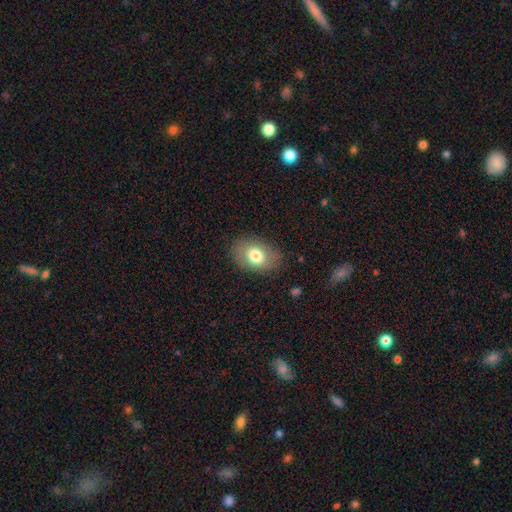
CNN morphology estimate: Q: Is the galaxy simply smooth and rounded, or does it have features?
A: smooth — 75%.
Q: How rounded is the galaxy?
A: in between — 82%.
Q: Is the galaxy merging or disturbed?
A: none — 82%.